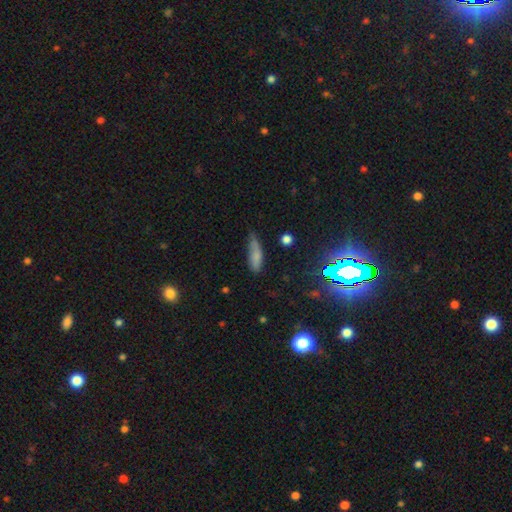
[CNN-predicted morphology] smooth 75%, featured or disk 14%, star or artifact 11%. Down the decision tree: how rounded — cigar-shaped (49%); merging — none (47%).